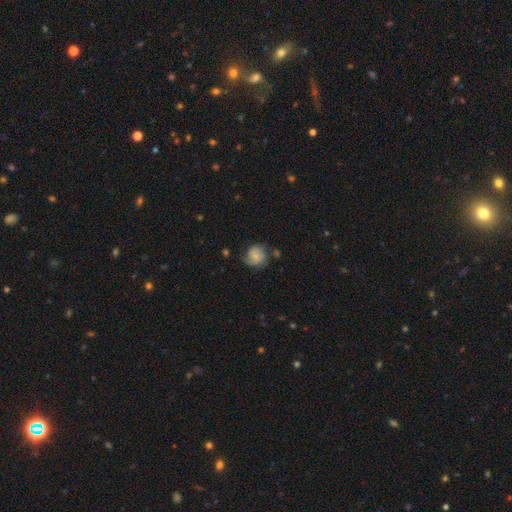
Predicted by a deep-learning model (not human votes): Smooth or featured: featured or disk — 48% (smooth — 44%)
Merging: none — 58% (minor disturbance — 26%)